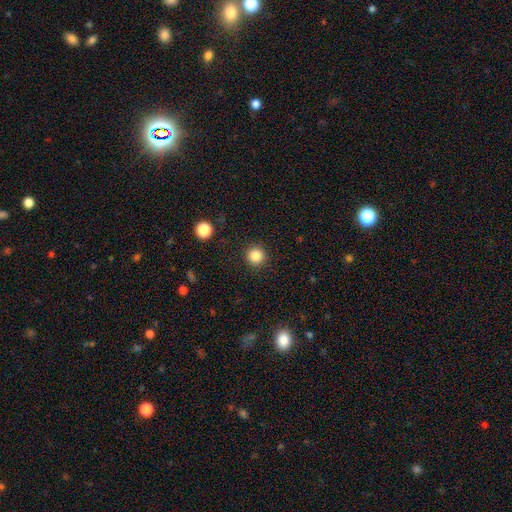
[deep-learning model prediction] Smooth or featured: smooth — 85% (star or artifact — 11%)
How rounded: round — 95% (in between — 4%)
Merging: none — 91% (minor disturbance — 5%)